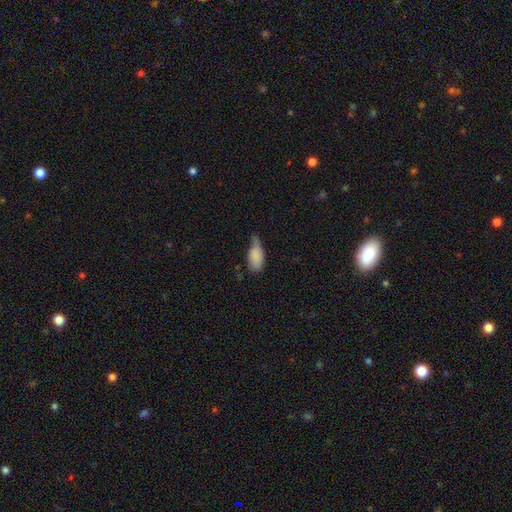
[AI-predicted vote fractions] smooth-or-featured: smooth: 83% | featured or disk: 10% | star or artifact: 7%
  how-rounded: in between: 89% | cigar-shaped: 8% | round: 3%
  merging: minor disturbance: 48% | none: 32% | major disturbance: 16% | merger: 4%